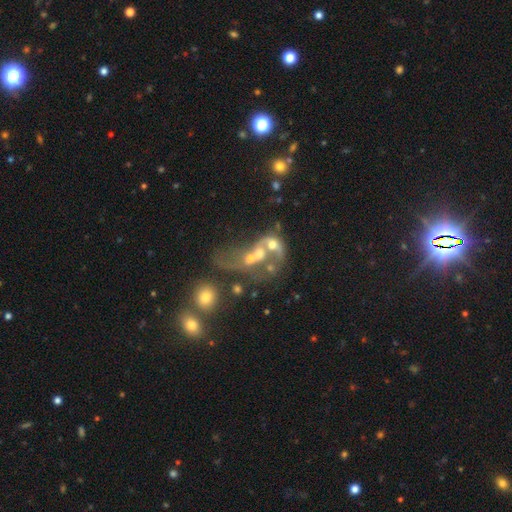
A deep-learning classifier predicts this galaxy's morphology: Overall: featured or disk (54%; smooth 24%). Edge-on disk: no (95%). Bar: no (79%). Spiral arms: no (68%; yes 32%). Bulge size: moderate (36%; small 29%). Merging: merger (61%).